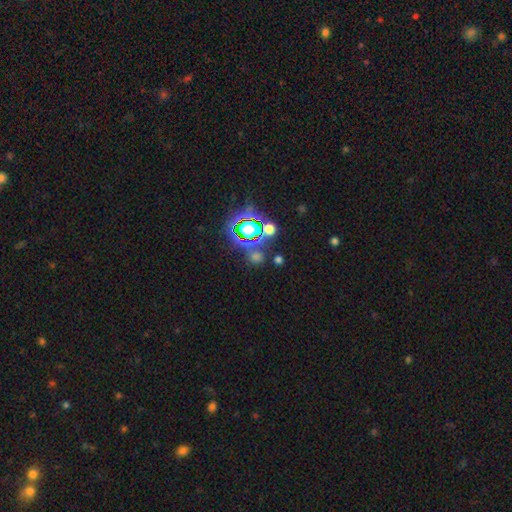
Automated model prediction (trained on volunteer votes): A star or artifact, not a galaxy (53%).

Vote fractions:
- Smooth or featured? star or artifact: 53% / smooth: 39% / featured or disk: 8%